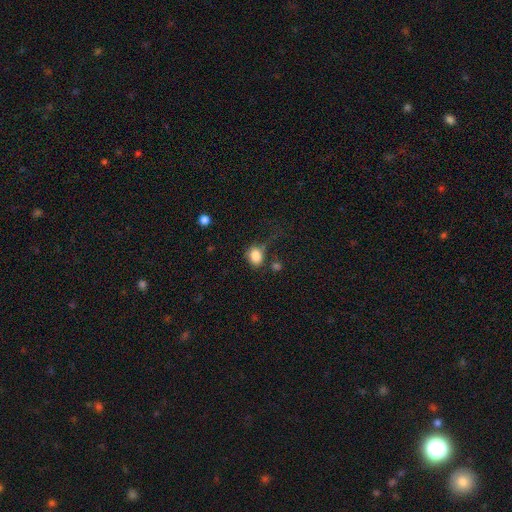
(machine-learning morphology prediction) Smooth or featured? smooth (82%)
How rounded? round (53%)
Merging? none (56%)